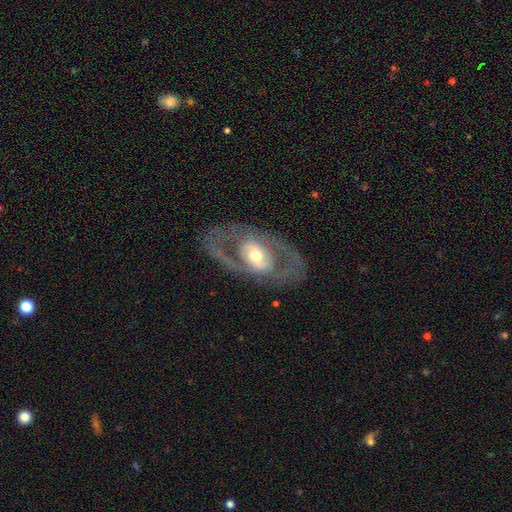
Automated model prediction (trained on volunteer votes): Q: Smooth or featured?
A: featured or disk (78%); runner-up: smooth (17%)
Q: Edge-on disk?
A: no (92%); runner-up: yes (8%)
Q: Bar?
A: no (53%); runner-up: weak (30%)
Q: Spiral arms?
A: yes (55%); runner-up: no (45%)
Q: Bulge size?
A: moderate (67%); runner-up: large (16%)
Q: Merging?
A: none (73%); runner-up: minor disturbance (13%)